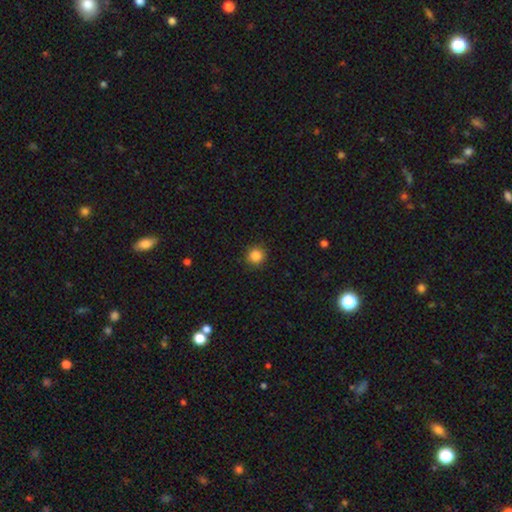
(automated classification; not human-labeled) smooth-or-featured: smooth: 85% | star or artifact: 11% | featured or disk: 4%
  how-rounded: round: 93% | in between: 6% | cigar-shaped: 1%
  merging: none: 91% | minor disturbance: 6% | major disturbance: 2% | merger: 1%